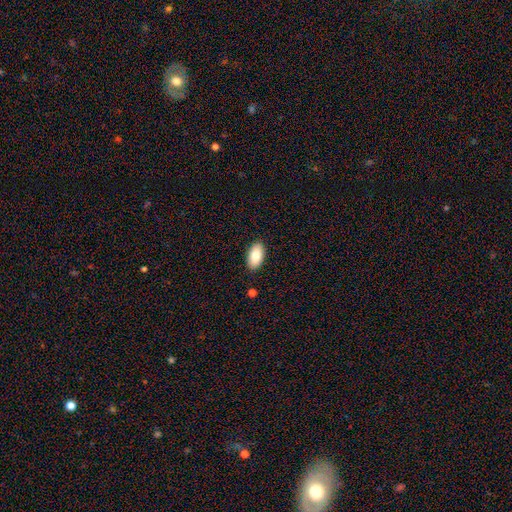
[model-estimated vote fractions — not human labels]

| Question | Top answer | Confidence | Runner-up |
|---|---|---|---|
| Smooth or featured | smooth | 83% | featured or disk (10%) |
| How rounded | in between | 95% | round (3%) |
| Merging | none | 89% | minor disturbance (8%) |